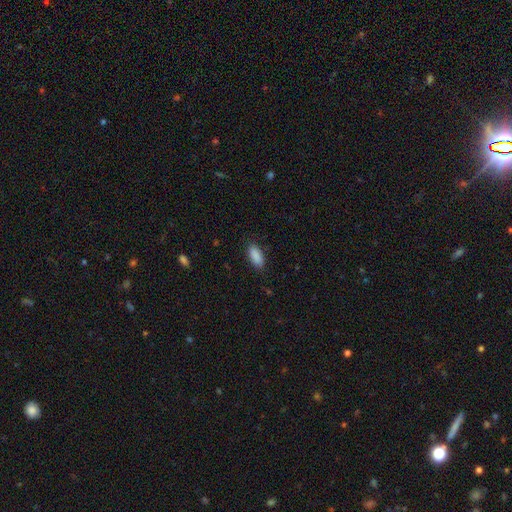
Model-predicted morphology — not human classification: The model was most divided on "how rounded": in between: 86%, cigar-shaped: 12%, round: 2%. More confident: smooth or featured — smooth (90%); merging — none (86%).